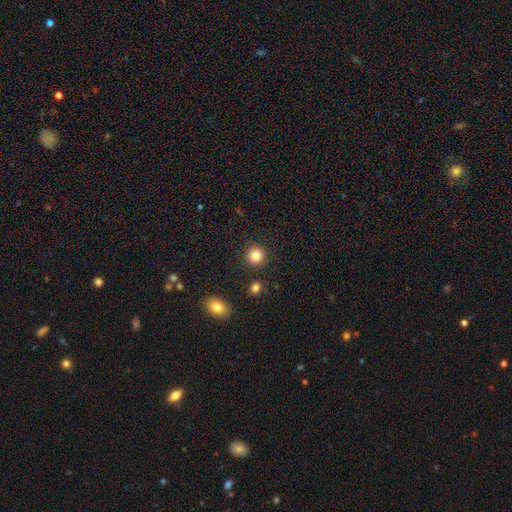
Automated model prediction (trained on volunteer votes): Overall: smooth (85%). How rounded: round (93%). Merging: none (90%).